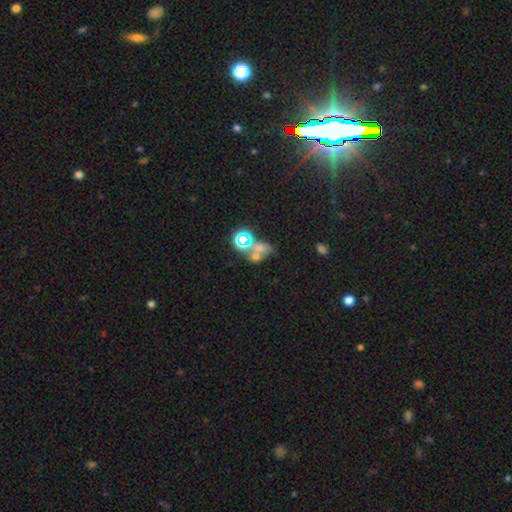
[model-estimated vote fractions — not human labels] Overall: star or artifact (41%; smooth 36%).